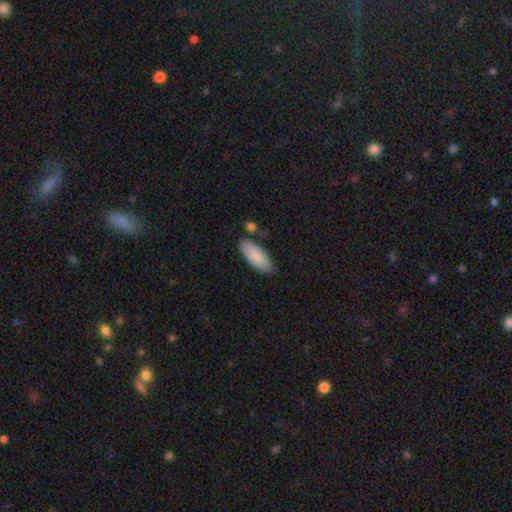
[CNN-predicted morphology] Q: Smooth or featured?
A: smooth (87%); runner-up: featured or disk (7%)
Q: How rounded?
A: in between (79%); runner-up: cigar-shaped (20%)
Q: Merging?
A: none (81%); runner-up: minor disturbance (12%)